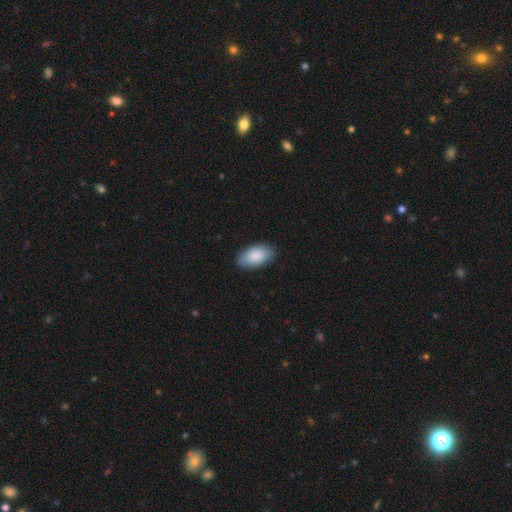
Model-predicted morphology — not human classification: A smooth galaxy with no disk features (88%) that is in between round and cigar-shaped (95%).

Vote fractions:
- Smooth or featured? smooth: 88% / featured or disk: 7% / star or artifact: 6%
- How rounded? in between: 95% / round: 3% / cigar-shaped: 2%
- Merging? none: 83% / minor disturbance: 13% / major disturbance: 3% / merger: 1%